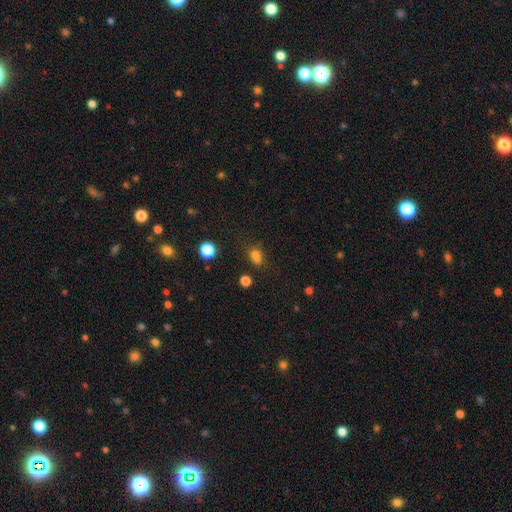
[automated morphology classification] A smooth galaxy with no disk features (75%) that is in between round and cigar-shaped (55%).

Vote fractions:
- Smooth or featured? smooth: 75% / star or artifact: 18% / featured or disk: 7%
- How rounded? in between: 55% / round: 43% / cigar-shaped: 3%
- Merging? none: 55% / minor disturbance: 19% / merger: 18% / major disturbance: 7%